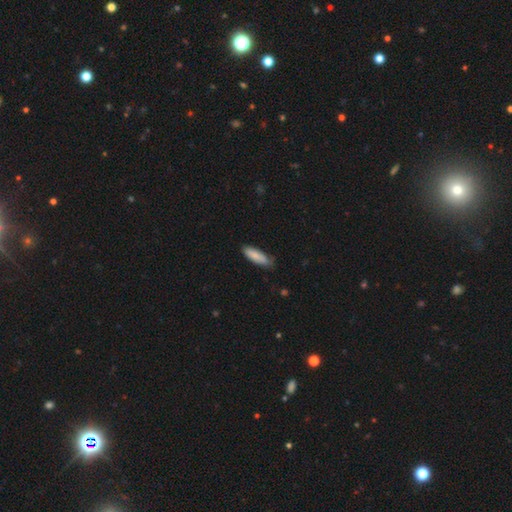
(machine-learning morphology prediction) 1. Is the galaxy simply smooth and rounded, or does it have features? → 86% smooth, 8% featured or disk, 6% star or artifact.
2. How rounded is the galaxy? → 52% cigar-shaped, 47% in between, 1% round.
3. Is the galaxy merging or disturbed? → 76% none, 20% minor disturbance, 3% major disturbance, 1% merger.